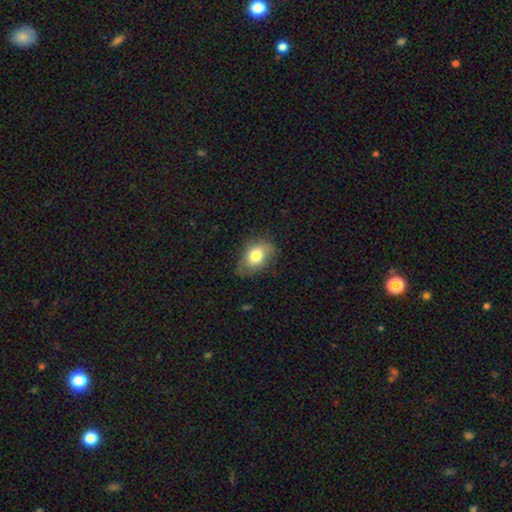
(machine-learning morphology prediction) A smooth galaxy with no disk features (75%) that is in between round and cigar-shaped (82%). Merging: none (63%).